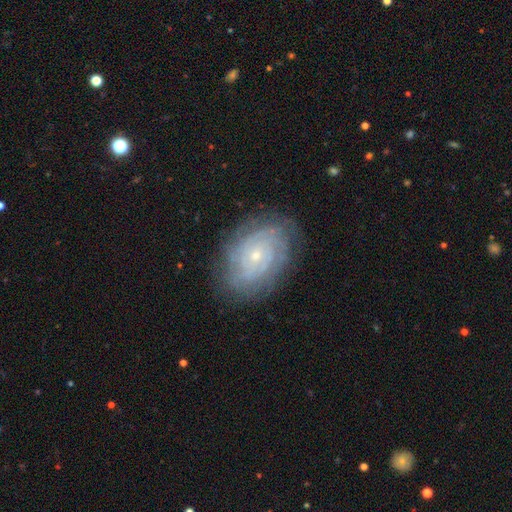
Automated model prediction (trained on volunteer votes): Smooth or featured? Predicted: featured or disk (p=0.81). Edge-on disk? Predicted: no (p=0.96). Bar? Predicted: no (p=0.79). Spiral arms? Predicted: yes (p=0.95). Spiral winding? Predicted: tight (p=0.79). Spiral arm count? Predicted: can't tell (p=0.40). Bulge size? Predicted: small (p=0.74). Merging? Predicted: none (p=0.80).